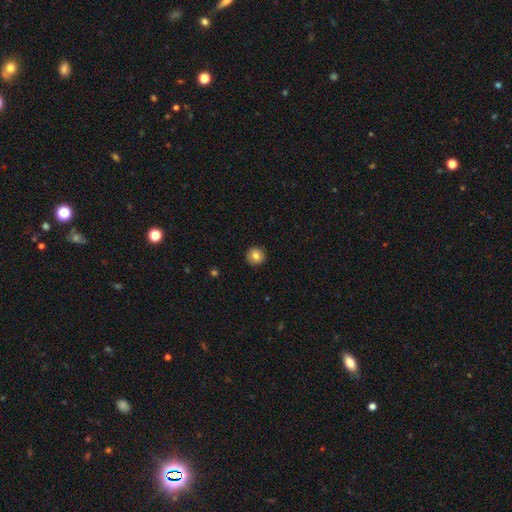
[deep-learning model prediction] Smooth or featured?
  - smooth: 82% *
  - featured or disk: 9%
  - star or artifact: 9%
How rounded?
  - round: 94% *
  - in between: 5%
  - cigar-shaped: 1%
Merging?
  - none: 92% *
  - minor disturbance: 6%
  - major disturbance: 2%
  - merger: 1%